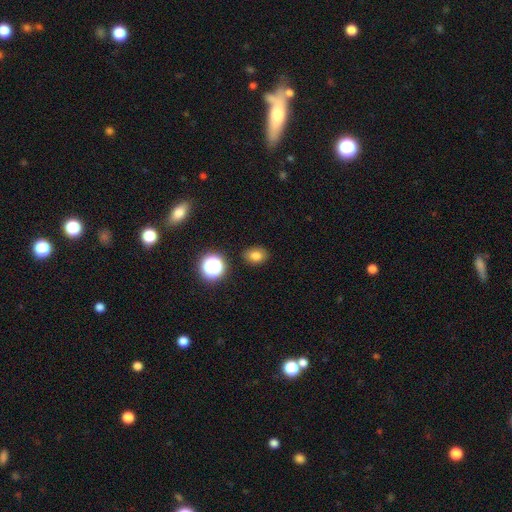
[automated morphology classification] smooth-or-featured: smooth: 79% | star or artifact: 14% | featured or disk: 7%
  how-rounded: in between: 59% | round: 40% | cigar-shaped: 1%
  merging: none: 87% | minor disturbance: 9% | major disturbance: 2% | merger: 2%